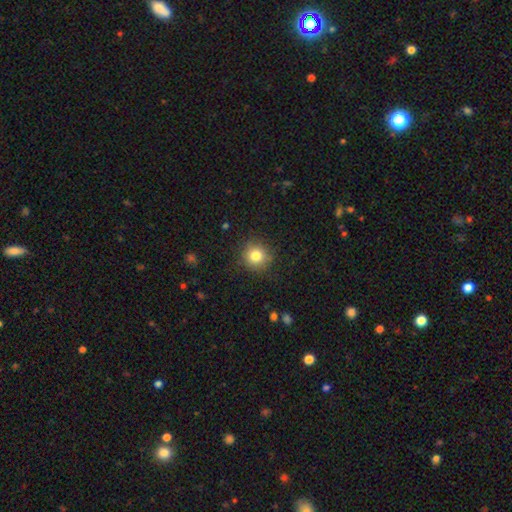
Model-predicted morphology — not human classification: Smooth or featured: smooth — 81% (star or artifact — 12%)
How rounded: round — 93% (in between — 6%)
Merging: none — 87% (minor disturbance — 9%)